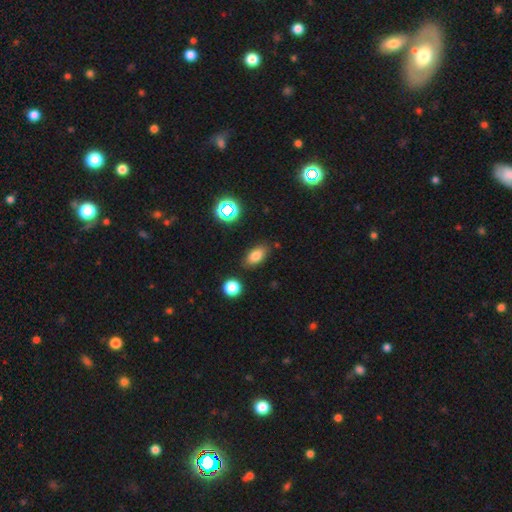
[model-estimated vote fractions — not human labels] smooth_or_featured: smooth (p=0.77) [alt: star or artifact p=0.13]
how_rounded: in between (p=0.86) [alt: round p=0.08]
merging: none (p=0.82) [alt: minor disturbance p=0.12]